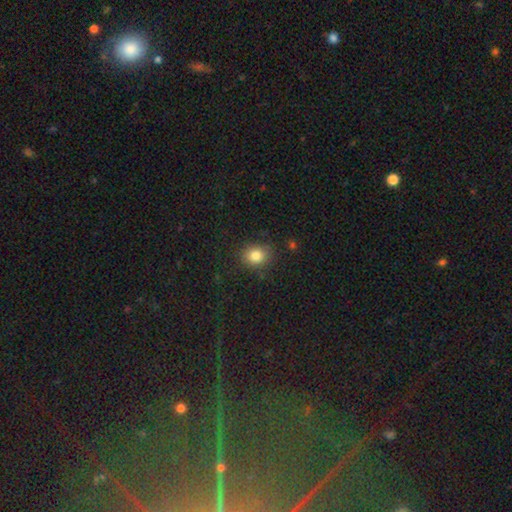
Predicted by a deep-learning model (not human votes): Smooth or featured? smooth (82%)
How rounded? round (67%)
Merging? none (85%)